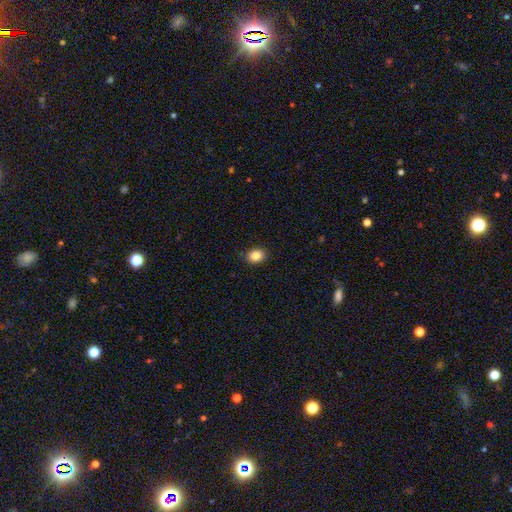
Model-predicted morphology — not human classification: Smooth or featured? smooth (85%)
How rounded? in between (52%)
Merging? none (89%)